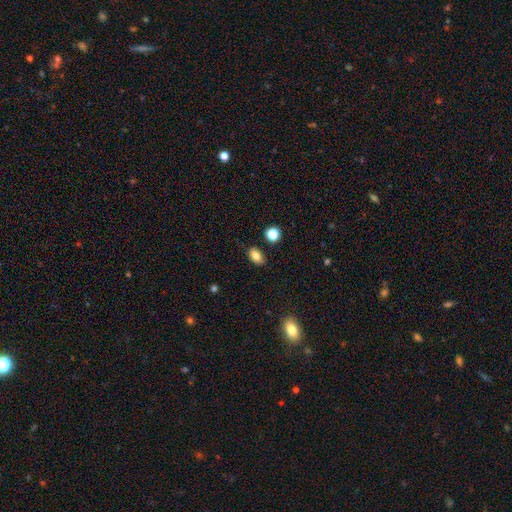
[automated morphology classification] smooth_or_featured: smooth (p=0.83) [alt: star or artifact p=0.10]
how_rounded: in between (p=0.85) [alt: round p=0.13]
merging: none (p=0.84) [alt: minor disturbance p=0.11]